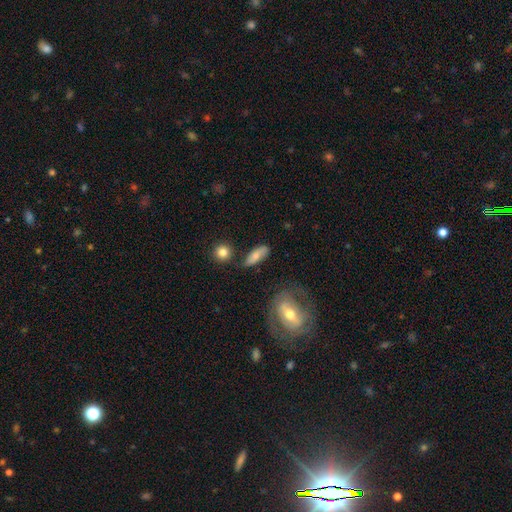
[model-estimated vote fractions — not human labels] Smooth or featured?
  - smooth: 68% *
  - featured or disk: 25%
  - star or artifact: 8%
How rounded?
  - in between: 69% *
  - cigar-shaped: 25%
  - round: 6%
Merging?
  - none: 71% *
  - minor disturbance: 19%
  - major disturbance: 6%
  - merger: 5%